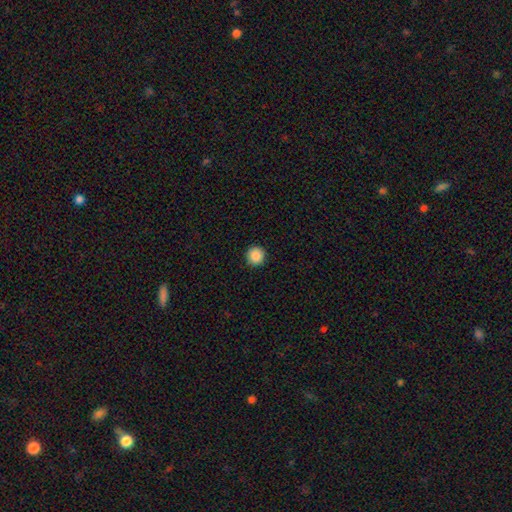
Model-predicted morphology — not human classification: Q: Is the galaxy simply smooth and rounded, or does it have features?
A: smooth — 88%.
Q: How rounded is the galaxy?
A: round — 96%.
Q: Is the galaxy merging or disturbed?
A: none — 92%.